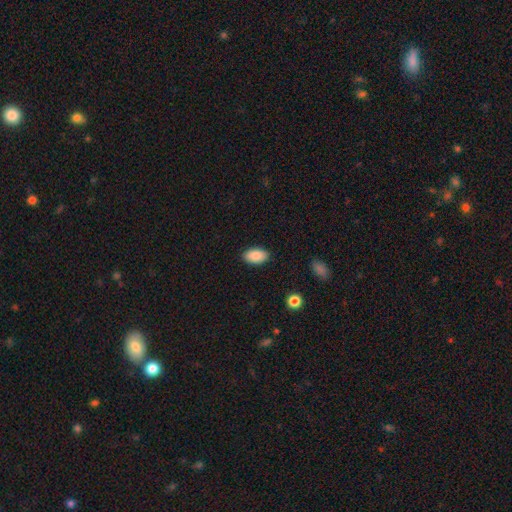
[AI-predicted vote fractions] Morphology: type=smooth (89%); roundness=in between (94%); merging=none (88%).